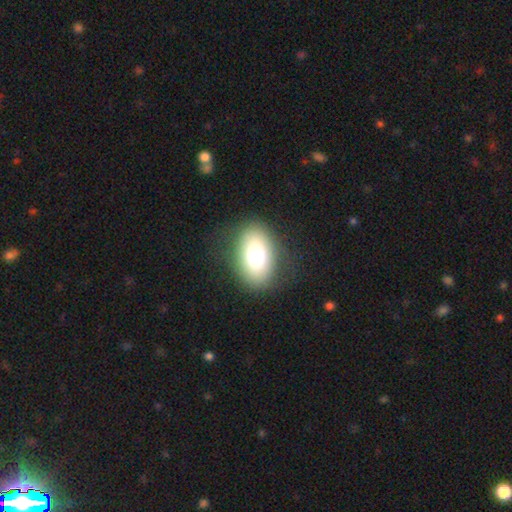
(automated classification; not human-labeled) Smooth or featured? Predicted: smooth (p=0.78). How rounded? Predicted: in between (p=0.88). Merging? Predicted: none (p=0.83).